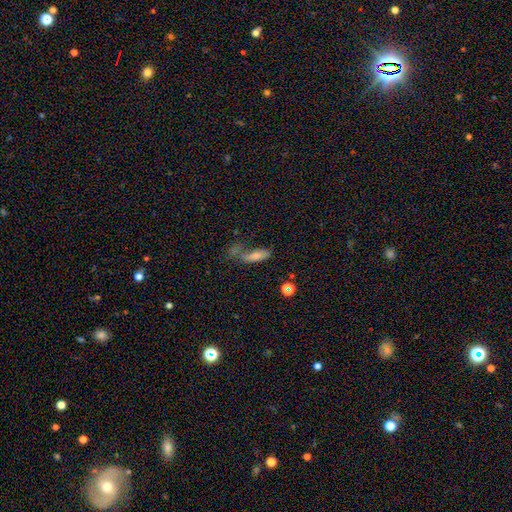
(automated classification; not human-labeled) A smooth galaxy with no disk features (68%) that is in between round and cigar-shaped (60%).

Vote fractions:
- Smooth or featured? smooth: 68% / featured or disk: 18% / star or artifact: 13%
- How rounded? in between: 60% / cigar-shaped: 36% / round: 4%
- Merging? none: 30% / merger: 27% / major disturbance: 25% / minor disturbance: 18%